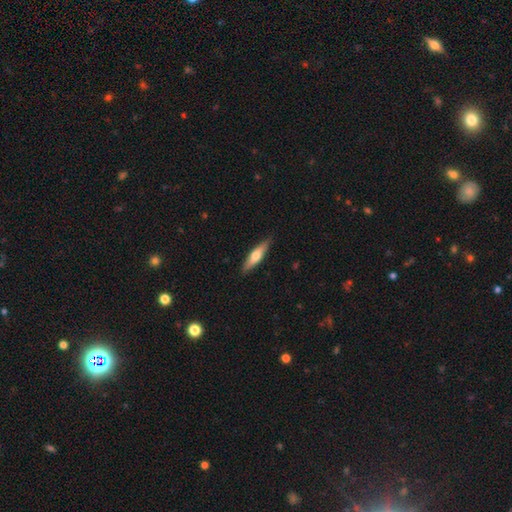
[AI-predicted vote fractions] This appears to be a smooth galaxy with no disk features (56%) that is cigar-shaped (73%). Merging: none (87%).